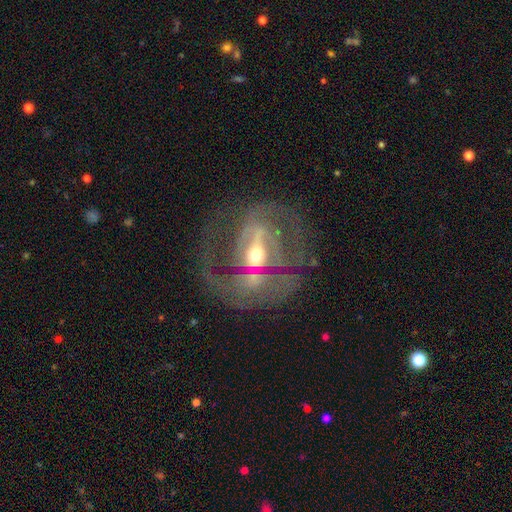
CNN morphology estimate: Overall: featured or disk (82%). Edge-on disk: no (94%). Bar: strong (44%; weak 32%). Spiral arms: yes (69%; no 31%). Spiral arm count: 2 (45%; can't tell 27%). Spiral winding: medium (43%; tight 30%). Bulge size: moderate (62%; small 27%). Merging: none (40%; major disturbance 34%).